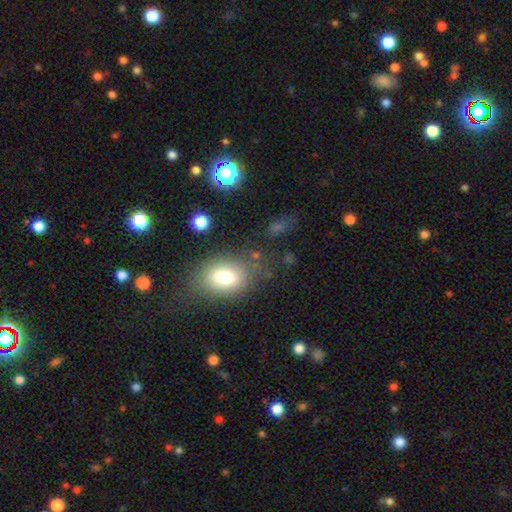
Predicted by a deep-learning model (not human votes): This appears to be a smooth galaxy with no disk features (72%) that is in between round and cigar-shaped (74%). Merging: none (69%).